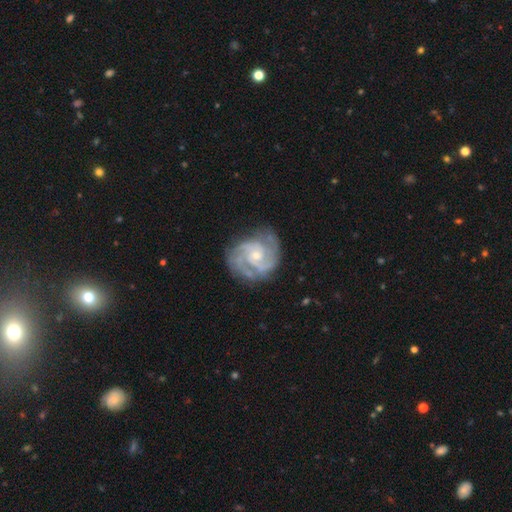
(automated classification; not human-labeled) Smooth or featured: featured or disk — 91% (smooth — 5%)
Edge-on disk: no — 98% (yes — 2%)
Bar: no — 66% (weak — 29%)
Spiral arms: yes — 98% (no — 2%)
Spiral winding: tight — 57% (medium — 38%)
Spiral arm count: 3 — 42% (2 — 29%)
Bulge size: small — 63% (moderate — 33%)
Merging: none — 75% (minor disturbance — 17%)